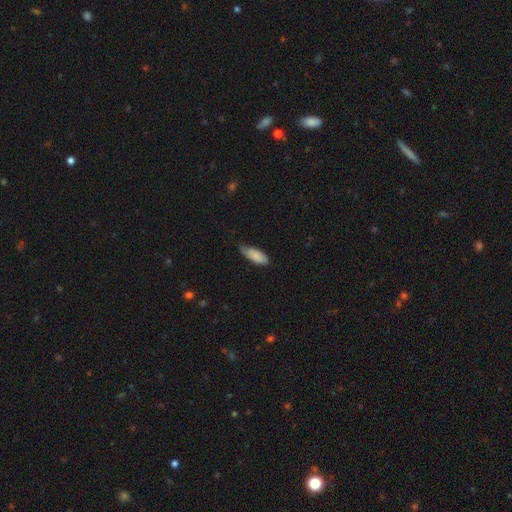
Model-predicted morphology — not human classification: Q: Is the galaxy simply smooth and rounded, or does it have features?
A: smooth — 81%.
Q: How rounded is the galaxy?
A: in between — 76%.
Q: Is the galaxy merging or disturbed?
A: none — 56%.